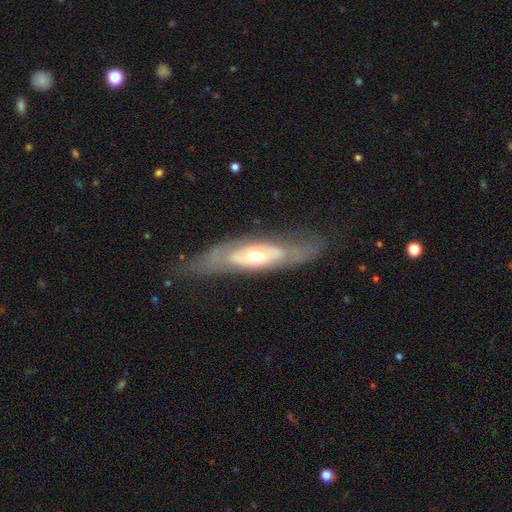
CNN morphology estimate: Smooth or featured? Predicted: featured or disk (p=0.67). Edge-on disk? Predicted: no (p=0.70). Merging? Predicted: none (p=0.70).